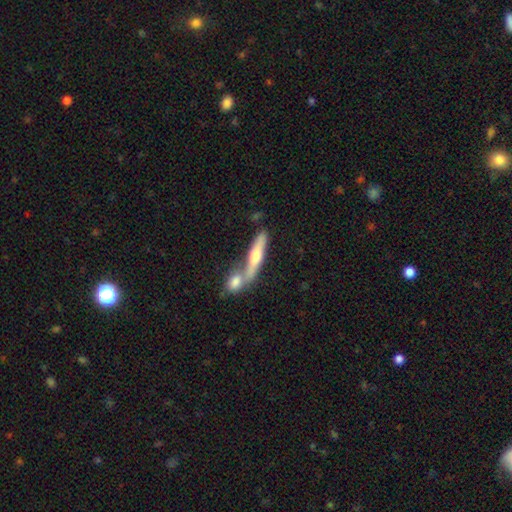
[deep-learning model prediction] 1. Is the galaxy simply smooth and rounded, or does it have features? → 49% featured or disk, 44% smooth, 7% star or artifact.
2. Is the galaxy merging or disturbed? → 46% merger, 41% none, 9% minor disturbance, 4% major disturbance.